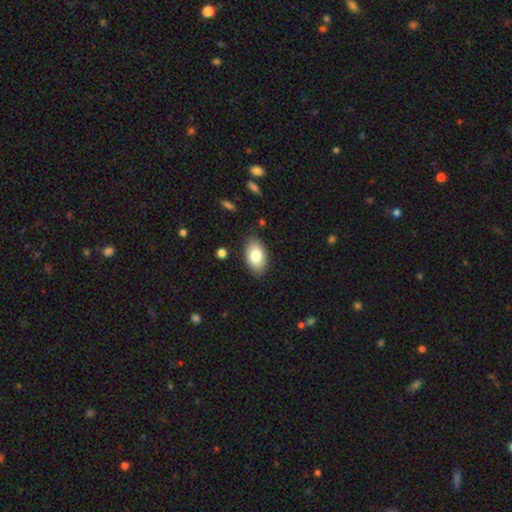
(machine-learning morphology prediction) The model was most divided on "smooth or featured": smooth: 80%, featured or disk: 13%, star or artifact: 7%. More confident: how rounded — in between (92%); merging — none (86%).